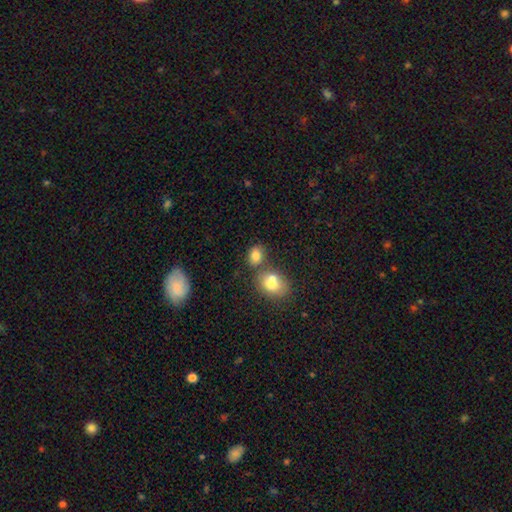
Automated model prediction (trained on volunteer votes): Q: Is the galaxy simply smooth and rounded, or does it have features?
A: smooth — 79%.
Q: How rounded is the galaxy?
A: in between — 56%.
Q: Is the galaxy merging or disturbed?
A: none — 56%.